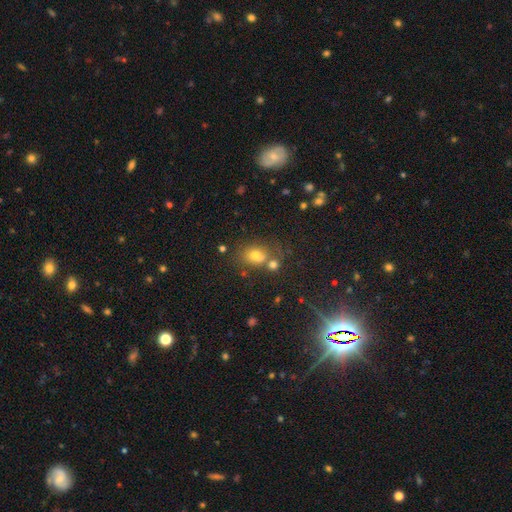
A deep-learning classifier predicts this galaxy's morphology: type=smooth (58%); roundness=round (52%); merging=none (61%).